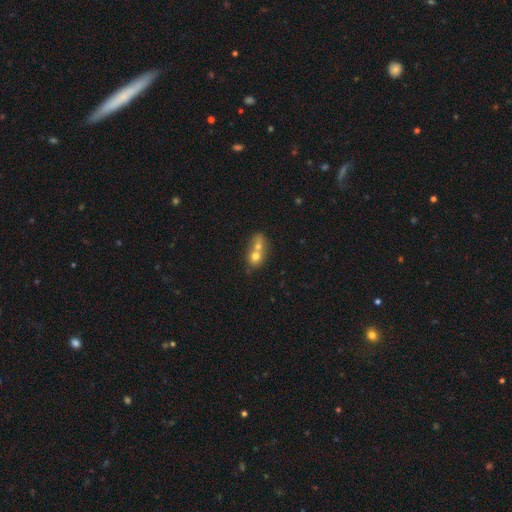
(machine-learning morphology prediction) Overall: smooth (66%). How rounded: round (56%; in between 42%). Merging: merger (71%).